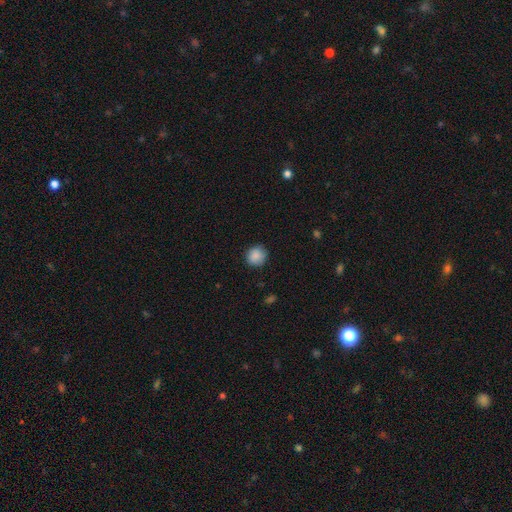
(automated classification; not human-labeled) smooth_or_featured: smooth (p=0.88) [alt: star or artifact p=0.08]
how_rounded: round (p=0.89) [alt: in between p=0.10]
merging: none (p=0.87) [alt: minor disturbance p=0.10]